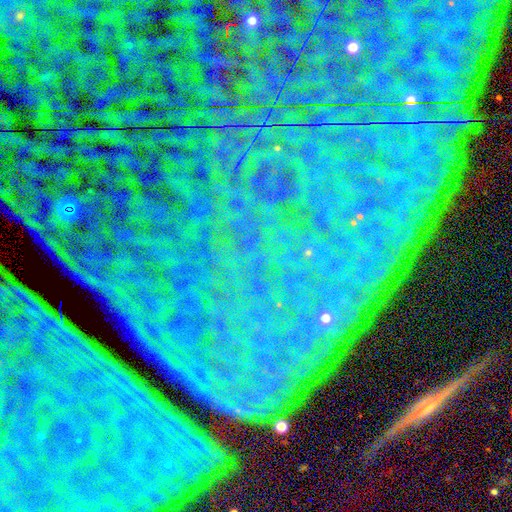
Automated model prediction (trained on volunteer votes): Q: Smooth or featured?
A: star or artifact (86%); runner-up: featured or disk (8%)